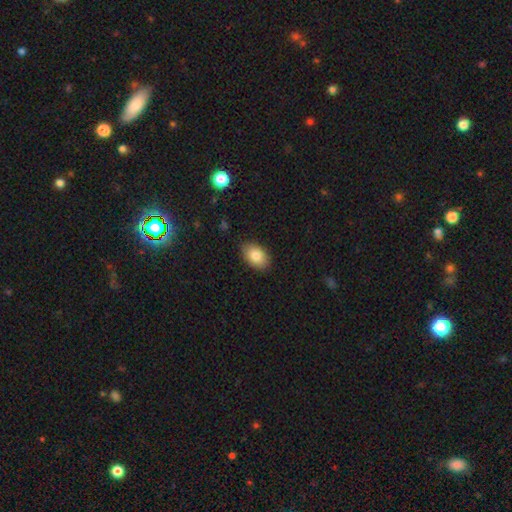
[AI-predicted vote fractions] Morphology: type=smooth (85%); roundness=in between (90%); merging=none (85%).